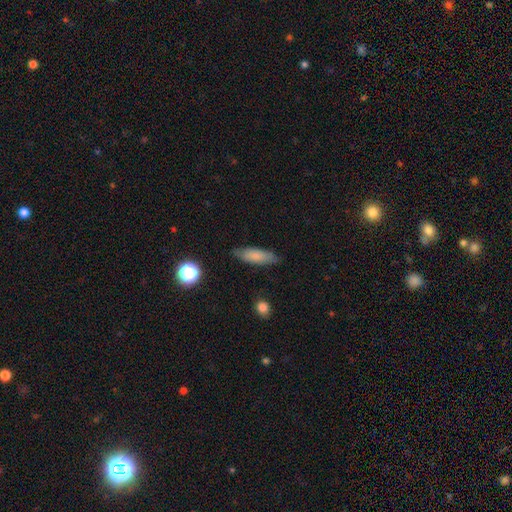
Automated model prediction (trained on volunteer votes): A smooth galaxy with no disk features (80%) that is in between round and cigar-shaped (54%). Merging: none (80%).